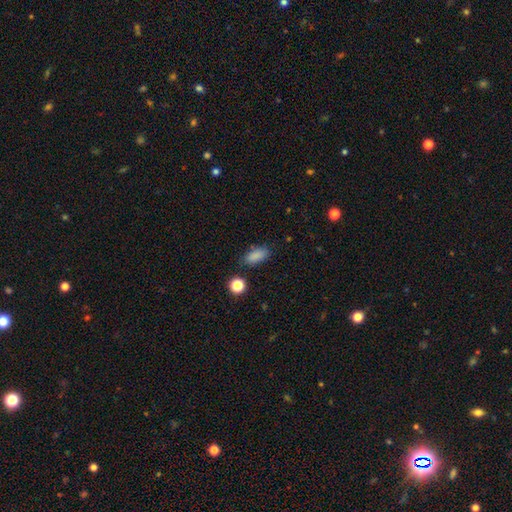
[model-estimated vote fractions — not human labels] A smooth galaxy with no disk features (85%) that is in between round and cigar-shaped (84%). Merging: none (77%).